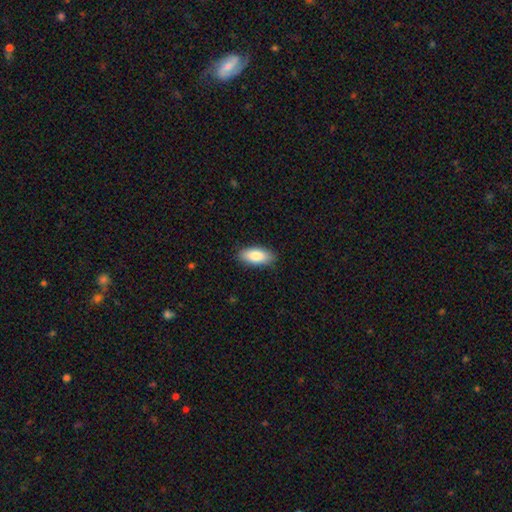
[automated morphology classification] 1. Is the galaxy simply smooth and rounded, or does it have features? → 85% smooth, 9% featured or disk, 6% star or artifact.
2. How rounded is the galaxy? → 88% in between, 10% cigar-shaped, 2% round.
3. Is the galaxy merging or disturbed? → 88% none, 9% minor disturbance, 2% major disturbance, 1% merger.